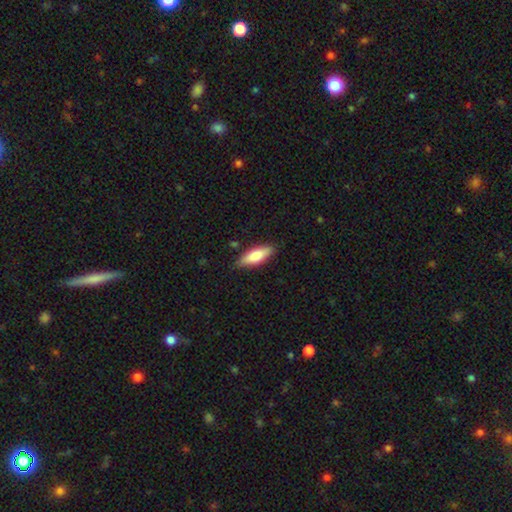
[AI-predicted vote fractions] Smooth or featured: smooth — 78% (featured or disk — 17%)
How rounded: in between — 59% (cigar-shaped — 39%)
Merging: none — 83% (minor disturbance — 13%)